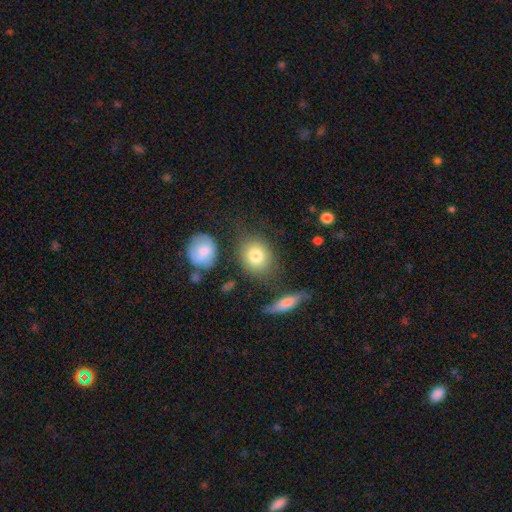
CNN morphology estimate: Smooth or featured? smooth (80%)
How rounded? round (64%)
Merging? none (76%)